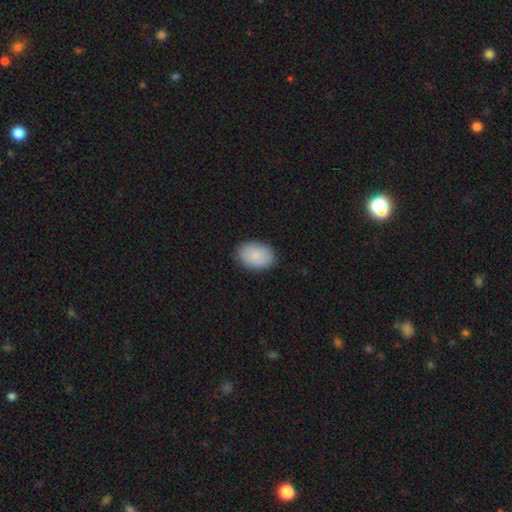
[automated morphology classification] type=smooth (88%); roundness=in between (84%); merging=none (87%).